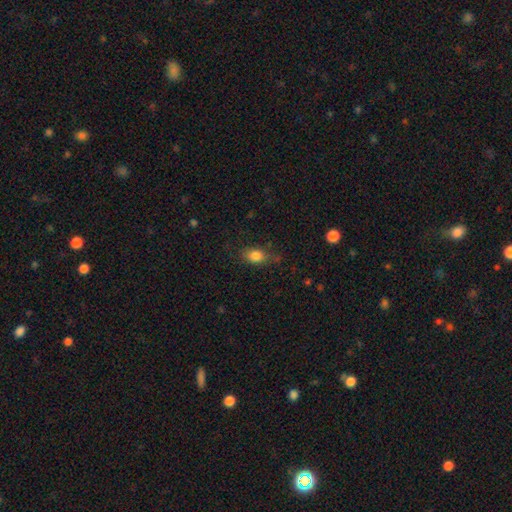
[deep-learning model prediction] The model was most divided on "merging": none: 72%, minor disturbance: 20%, major disturbance: 6%, merger: 2%. More confident: smooth or featured — smooth (83%); how rounded — in between (77%).